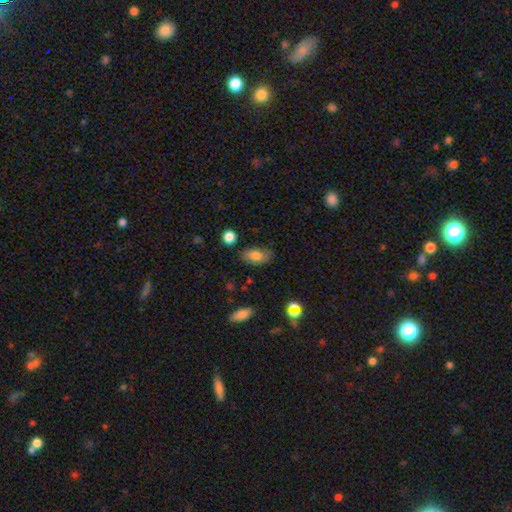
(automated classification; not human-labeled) smooth_or_featured: smooth (p=0.75) [alt: featured or disk p=0.17]
how_rounded: in between (p=0.92) [alt: round p=0.05]
merging: none (p=0.76) [alt: minor disturbance p=0.18]